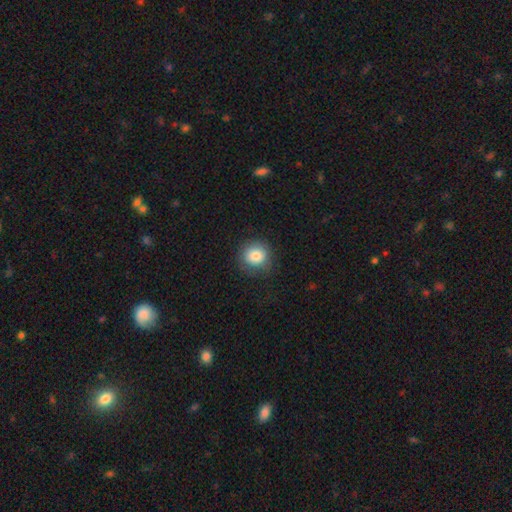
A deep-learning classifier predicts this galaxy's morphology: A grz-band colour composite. It shows a smooth galaxy with no disk features (82%) that is round (88%). Merging: none (83%).